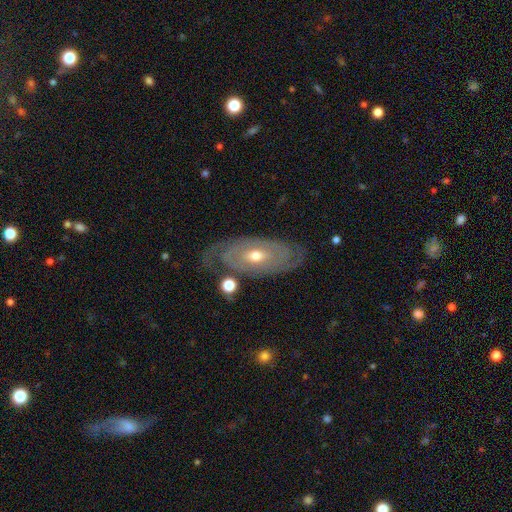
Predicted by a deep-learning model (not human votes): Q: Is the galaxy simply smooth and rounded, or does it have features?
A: featured or disk — 77%.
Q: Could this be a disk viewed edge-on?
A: no — 89%.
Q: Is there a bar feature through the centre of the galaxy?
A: no — 65%.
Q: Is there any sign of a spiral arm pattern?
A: yes — 79%.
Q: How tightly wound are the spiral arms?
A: tight — 70%.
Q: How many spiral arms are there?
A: can't tell — 41%, tied with 2.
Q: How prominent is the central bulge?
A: moderate — 65%.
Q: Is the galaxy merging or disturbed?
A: none — 72%.